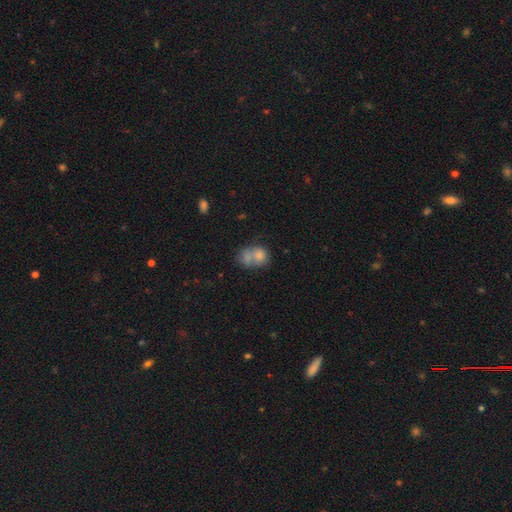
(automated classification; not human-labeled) smooth 75%, featured or disk 16%, star or artifact 9%. Down the decision tree: how rounded — round (51%); merging — merger (66%).